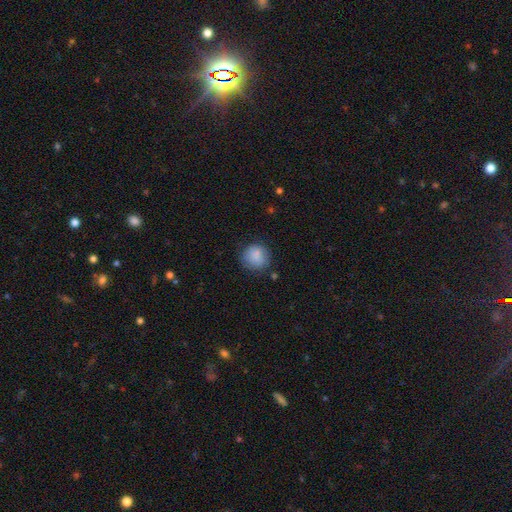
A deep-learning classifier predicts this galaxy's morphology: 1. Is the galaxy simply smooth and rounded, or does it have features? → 87% smooth, 8% star or artifact, 6% featured or disk.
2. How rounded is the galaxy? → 87% round, 12% in between, 1% cigar-shaped.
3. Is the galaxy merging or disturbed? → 77% none, 16% minor disturbance, 5% major disturbance, 2% merger.